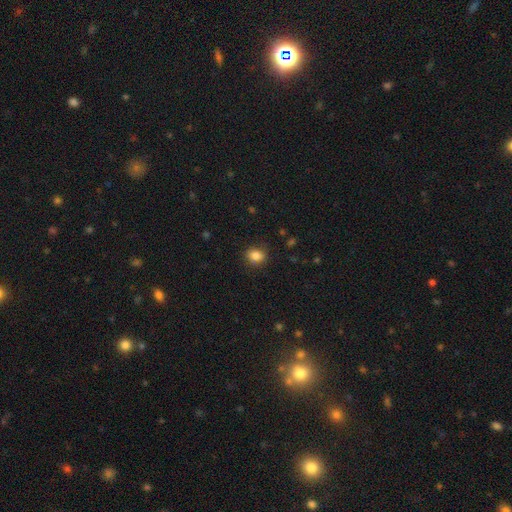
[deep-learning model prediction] This is clearly a smooth galaxy (84%). How rounded: possibly in between (55%). Merging: clearly none (84%).